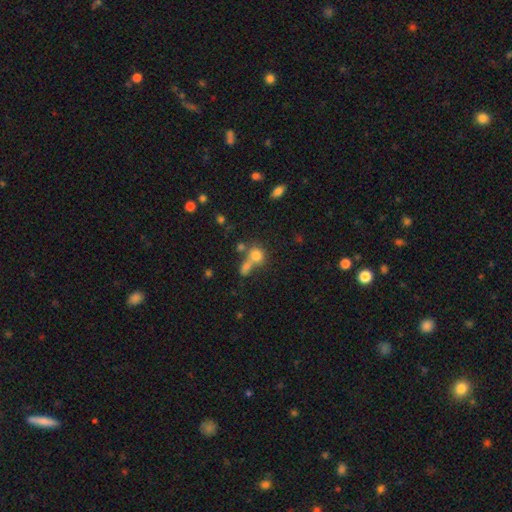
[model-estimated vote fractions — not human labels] Overall: smooth (77%). How rounded: round (72%). Merging: none (44%; merger 40%).